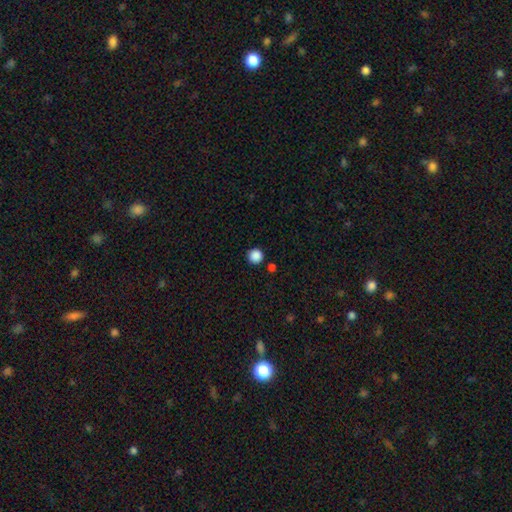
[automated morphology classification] smooth-or-featured: smooth: 87% | star or artifact: 10% | featured or disk: 2%
  how-rounded: round: 96% | in between: 3% | cigar-shaped: 1%
  merging: none: 89% | minor disturbance: 6% | merger: 3% | major disturbance: 2%